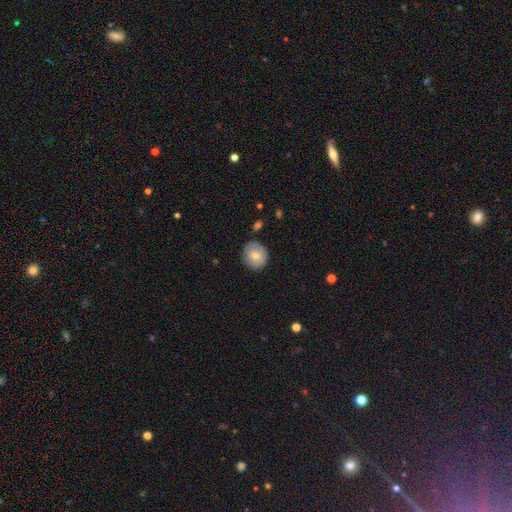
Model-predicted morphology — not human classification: Smooth or featured?
  - smooth: 74% *
  - featured or disk: 18%
  - star or artifact: 8%
How rounded?
  - round: 86% *
  - in between: 13%
  - cigar-shaped: 1%
Merging?
  - none: 82% *
  - minor disturbance: 13%
  - merger: 2%
  - major disturbance: 2%